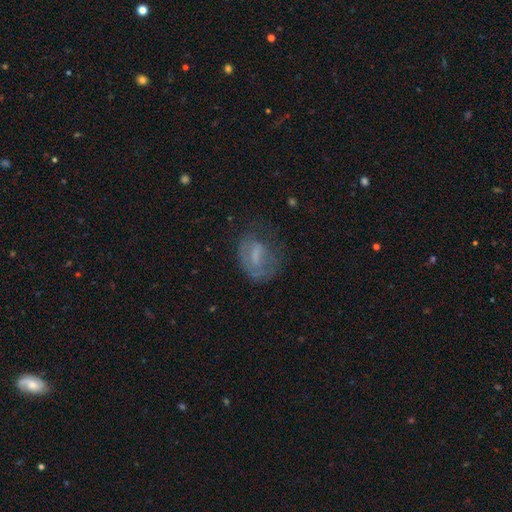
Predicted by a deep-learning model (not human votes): This is marginally a smooth galaxy (45%). Merging: possibly none (48%).